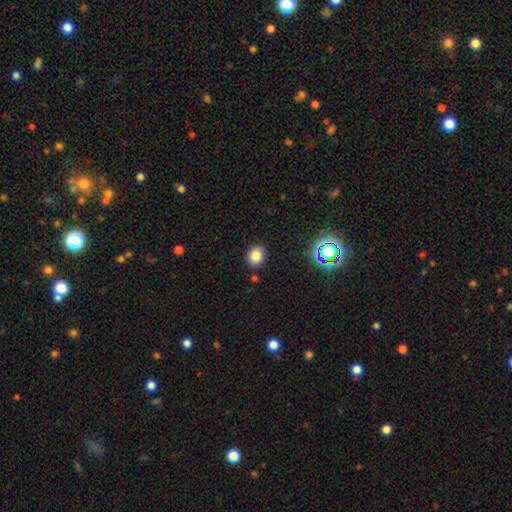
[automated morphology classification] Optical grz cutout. It shows a smooth galaxy with no disk features (81%) that is round (58%). Merging: none (87%).